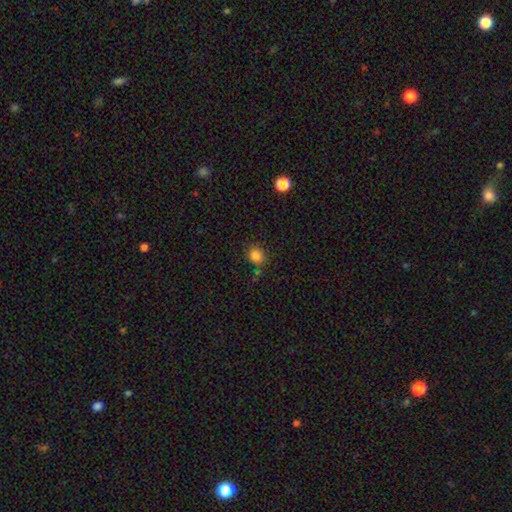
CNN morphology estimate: Q: Smooth or featured?
A: smooth (83%); runner-up: star or artifact (12%)
Q: How rounded?
A: round (82%); runner-up: in between (17%)
Q: Merging?
A: none (78%); runner-up: minor disturbance (12%)